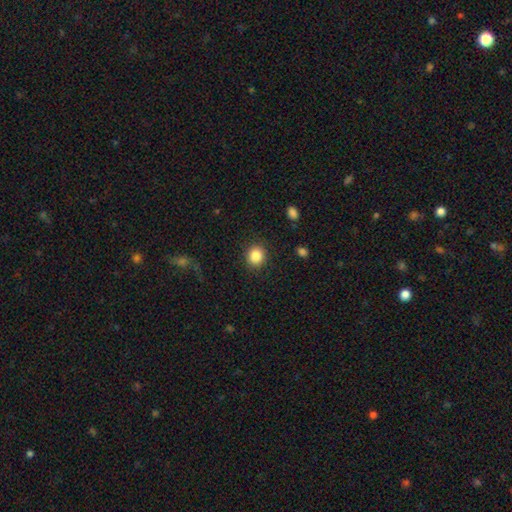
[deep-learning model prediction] smooth_or_featured: smooth (p=0.85) [alt: star or artifact p=0.10]
how_rounded: round (p=0.83) [alt: in between p=0.16]
merging: none (p=0.88) [alt: minor disturbance p=0.07]